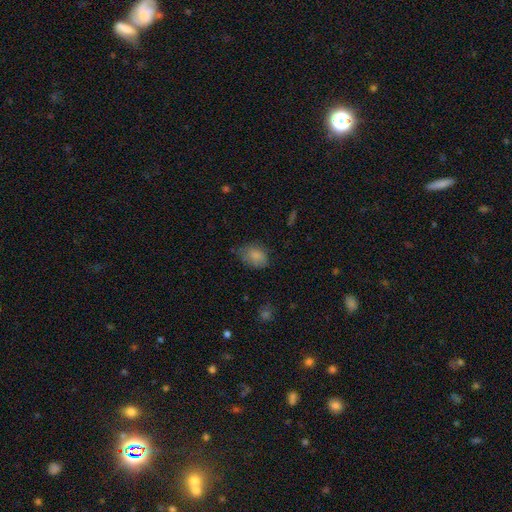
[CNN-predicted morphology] This appears to be a smooth galaxy with no disk features (83%) that is in between round and cigar-shaped (76%). Merging: none (56%).